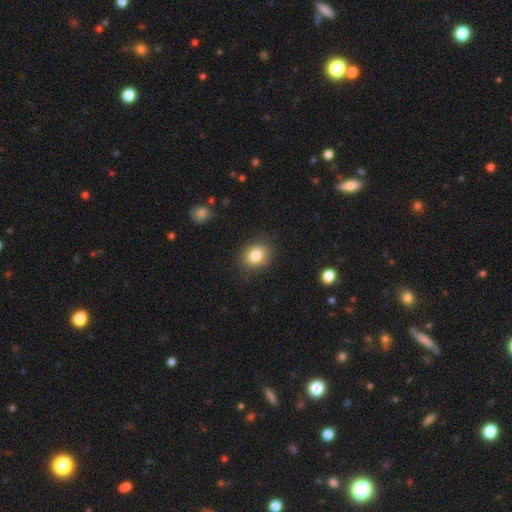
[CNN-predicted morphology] The model was most divided on "how rounded": round: 56%, in between: 43%, cigar-shaped: 1%. More confident: merging — none (85%); smooth or featured — smooth (83%).